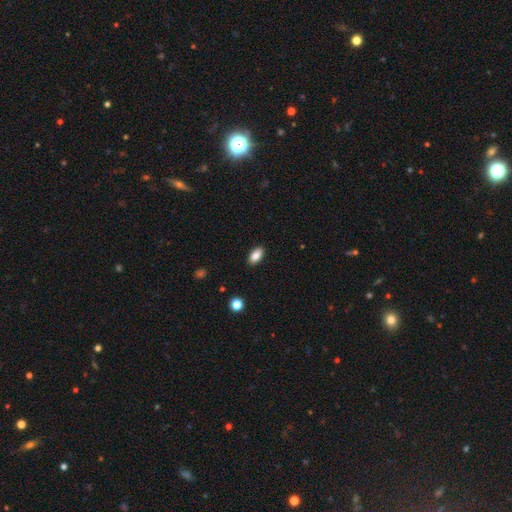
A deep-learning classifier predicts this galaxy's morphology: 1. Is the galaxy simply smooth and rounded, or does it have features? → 86% smooth, 8% star or artifact, 6% featured or disk.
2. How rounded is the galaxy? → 90% in between, 5% cigar-shaped, 4% round.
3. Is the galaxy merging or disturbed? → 89% none, 8% minor disturbance, 2% major disturbance, 1% merger.